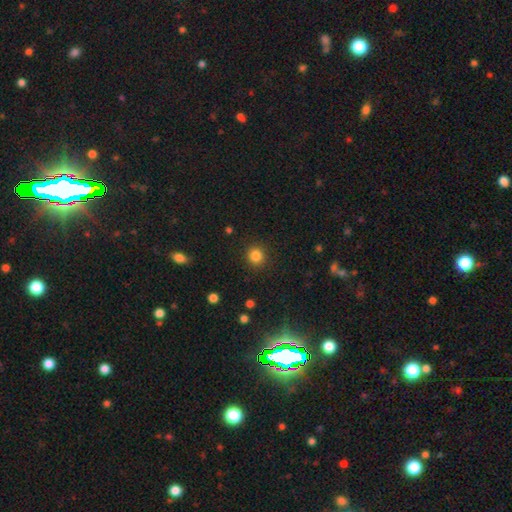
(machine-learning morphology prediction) Smooth or featured: smooth — 84% (star or artifact — 12%)
How rounded: round — 92% (in between — 7%)
Merging: none — 91% (minor disturbance — 6%)